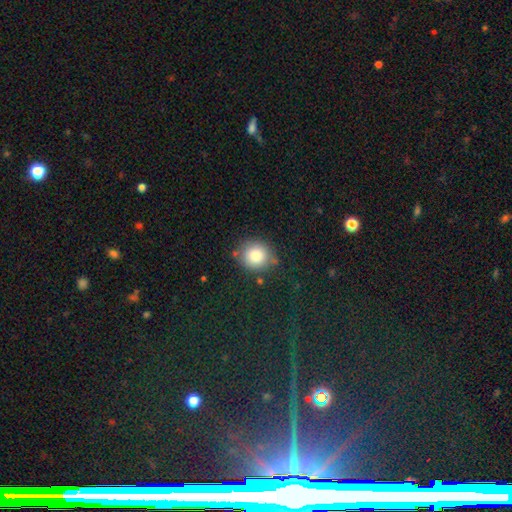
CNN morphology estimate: This appears to be a smooth galaxy with no disk features (85%) that is round (86%). Merging: none (76%).